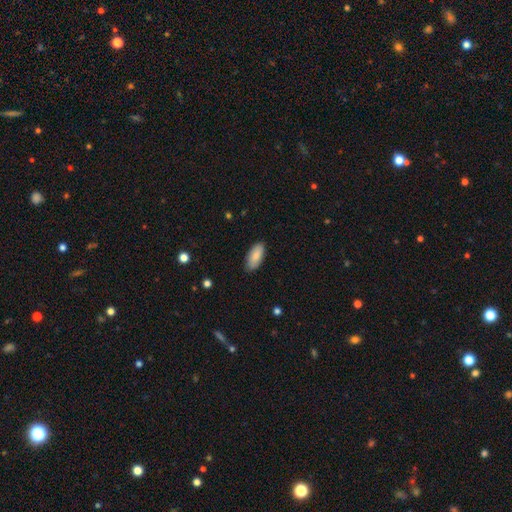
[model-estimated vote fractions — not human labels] smooth 85%, featured or disk 9%, star or artifact 6%. Down the decision tree: how rounded — in between (89%); merging — none (86%).